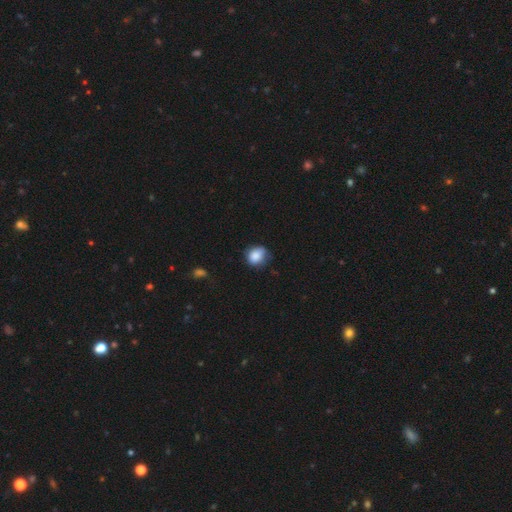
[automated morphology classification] Smooth or featured? smooth (84%)
How rounded? round (68%)
Merging? none (61%)